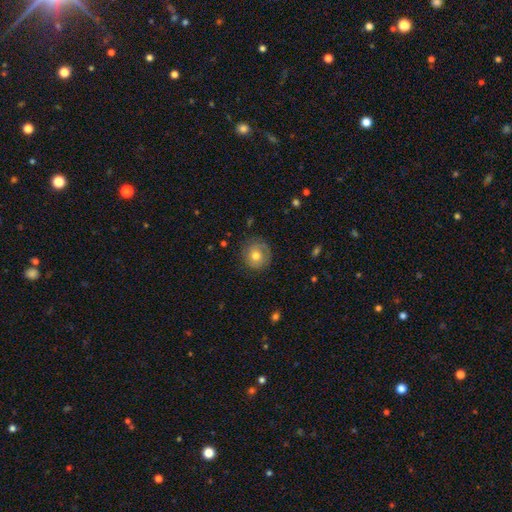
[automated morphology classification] Smooth or featured?
  - smooth: 65% *
  - featured or disk: 26%
  - star or artifact: 9%
How rounded?
  - round: 90% *
  - in between: 9%
  - cigar-shaped: 1%
Merging?
  - none: 81% *
  - minor disturbance: 13%
  - major disturbance: 4%
  - merger: 1%